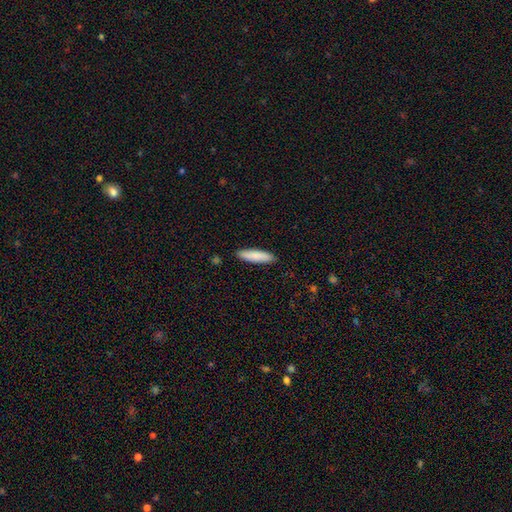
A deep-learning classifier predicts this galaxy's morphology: Smooth or featured: smooth — 86% (featured or disk — 9%)
How rounded: cigar-shaped — 74% (in between — 25%)
Merging: none — 90% (minor disturbance — 7%)